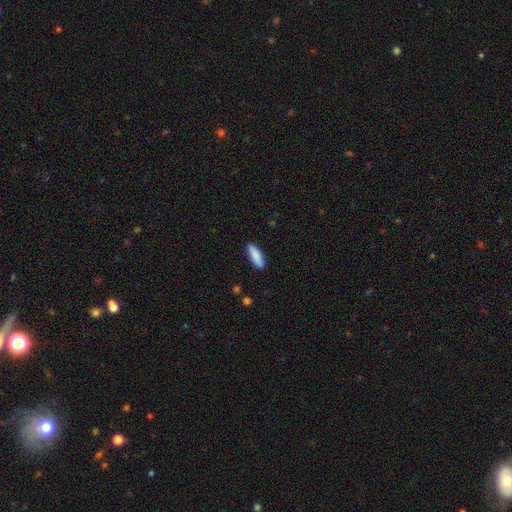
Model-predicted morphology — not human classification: Smooth or featured: smooth — 88% (featured or disk — 6%)
How rounded: in between — 56% (cigar-shaped — 42%)
Merging: none — 88% (minor disturbance — 9%)